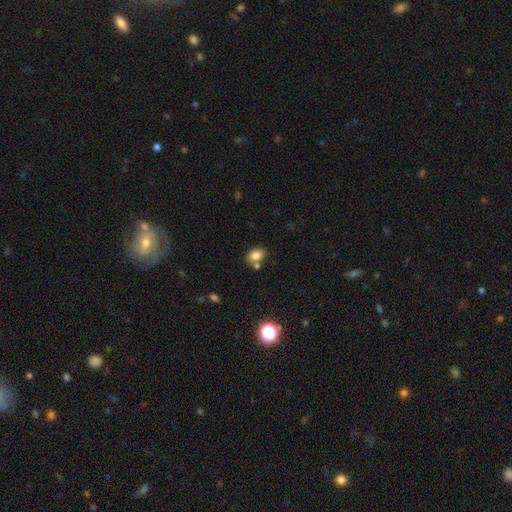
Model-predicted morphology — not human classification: type=smooth (81%); roundness=in between (77%); merging=none (66%).